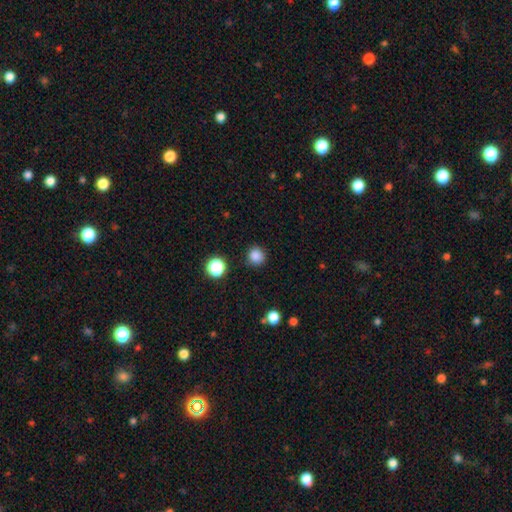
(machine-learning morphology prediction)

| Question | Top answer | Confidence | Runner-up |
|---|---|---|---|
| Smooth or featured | smooth | 84% | star or artifact (12%) |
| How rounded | round | 93% | in between (7%) |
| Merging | none | 88% | minor disturbance (7%) |